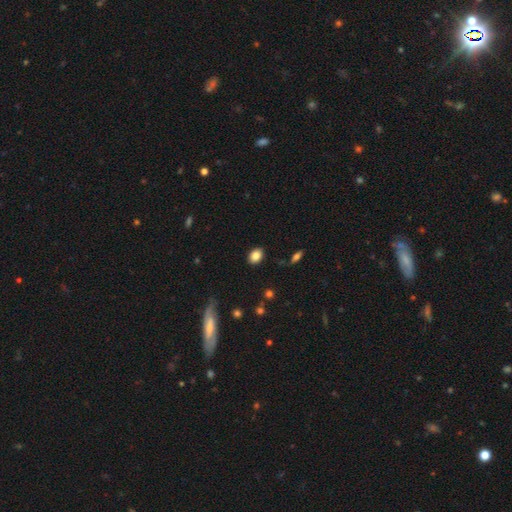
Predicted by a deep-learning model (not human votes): Smooth or featured? smooth (85%)
How rounded? in between (67%)
Merging? none (88%)